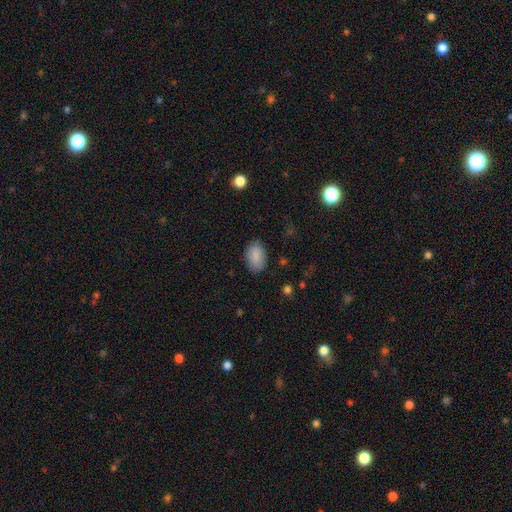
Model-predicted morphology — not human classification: smooth 89%, star or artifact 7%, featured or disk 5%. Down the decision tree: how rounded — in between (92%); merging — none (85%).